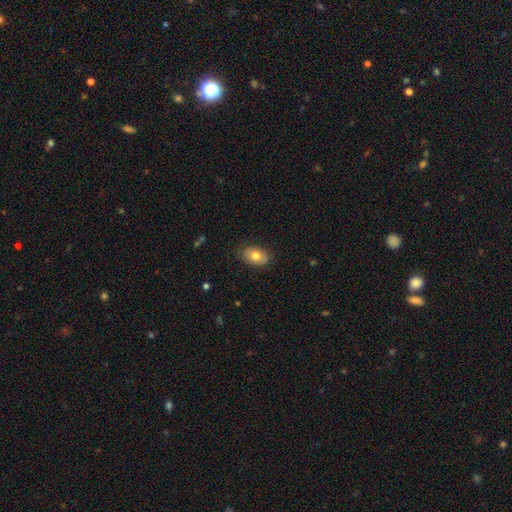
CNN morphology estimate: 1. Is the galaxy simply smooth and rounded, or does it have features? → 75% smooth, 17% featured or disk, 7% star or artifact.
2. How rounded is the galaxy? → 86% in between, 13% round, 1% cigar-shaped.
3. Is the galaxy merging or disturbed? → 82% none, 14% minor disturbance, 3% major disturbance, 1% merger.